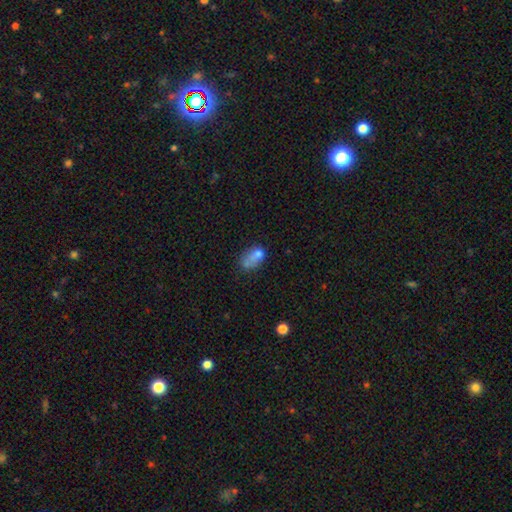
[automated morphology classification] type=smooth (68%); roundness=in between (80%); merging=none (29%).